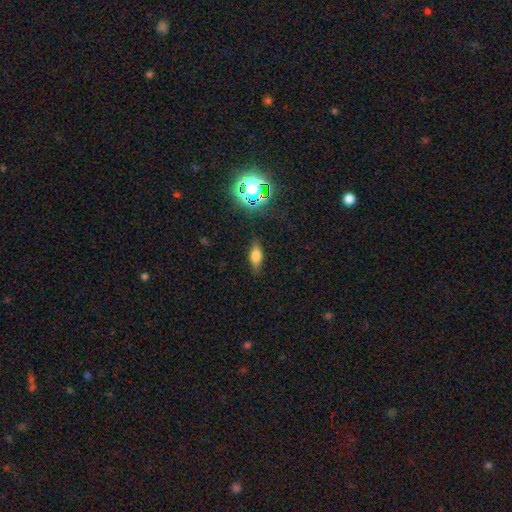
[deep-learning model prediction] Smooth or featured? Predicted: smooth (p=0.71). How rounded? Predicted: in between (p=0.79). Merging? Predicted: none (p=0.82).